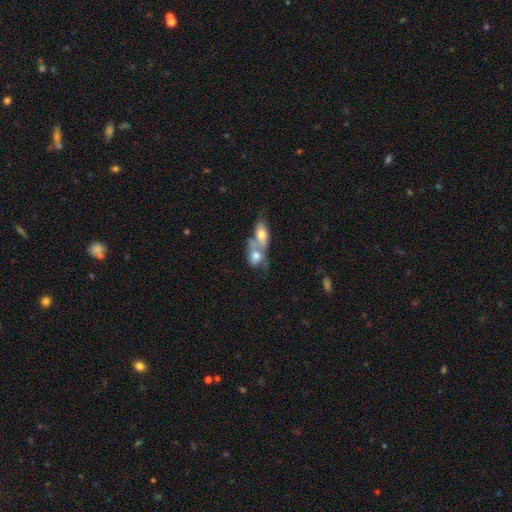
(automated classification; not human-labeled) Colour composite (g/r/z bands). It shows a smooth galaxy with no disk features (71%) that is in between round and cigar-shaped (70%). Merging: merger (74%).